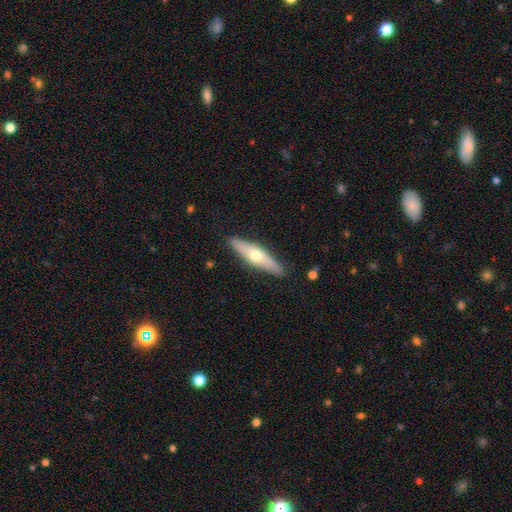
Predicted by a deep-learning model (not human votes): This is possibly a featured or disk galaxy (50%). It is clearly viewed edge-on (82%). Merging: clearly none (87%).